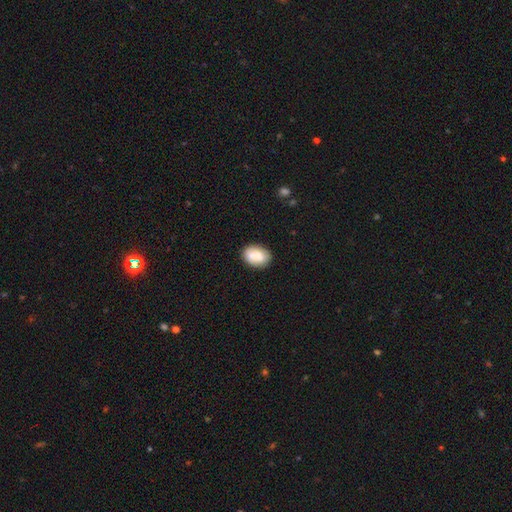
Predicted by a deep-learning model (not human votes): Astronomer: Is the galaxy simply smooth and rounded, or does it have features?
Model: smooth — 77%.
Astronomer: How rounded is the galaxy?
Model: in between — 77%.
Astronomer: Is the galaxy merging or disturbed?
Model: none — 76%.